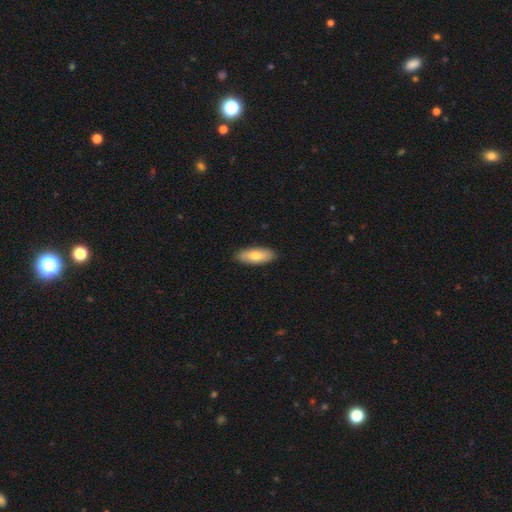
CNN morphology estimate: This appears to be a smooth galaxy with no disk features (71%) that is in between round and cigar-shaped (77%). Merging: none (89%).